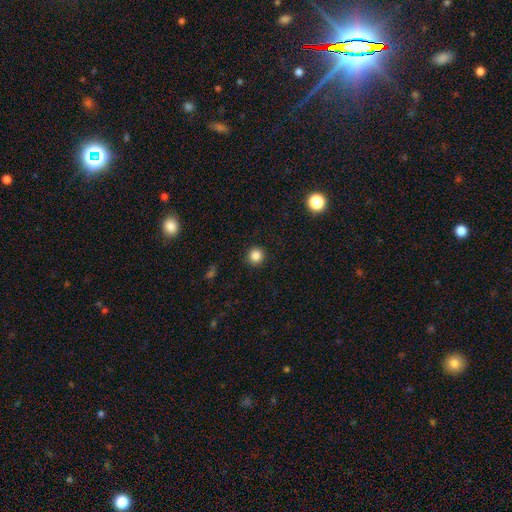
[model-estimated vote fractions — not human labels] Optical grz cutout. It shows a smooth galaxy with no disk features (85%) that is round (94%). Merging: none (92%).